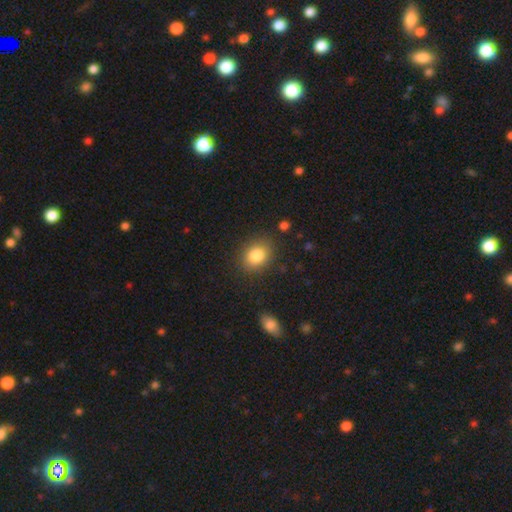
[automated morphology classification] Smooth or featured? Predicted: smooth (p=0.84). How rounded? Predicted: in between (p=0.54). Merging? Predicted: none (p=0.85).